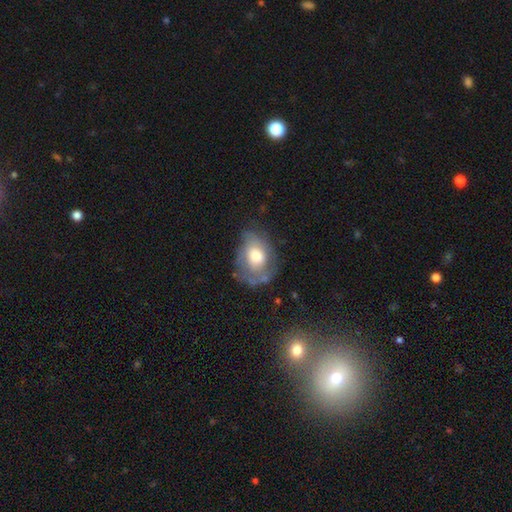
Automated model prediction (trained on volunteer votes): Smooth or featured? smooth (50%)
Merging? none (45%)